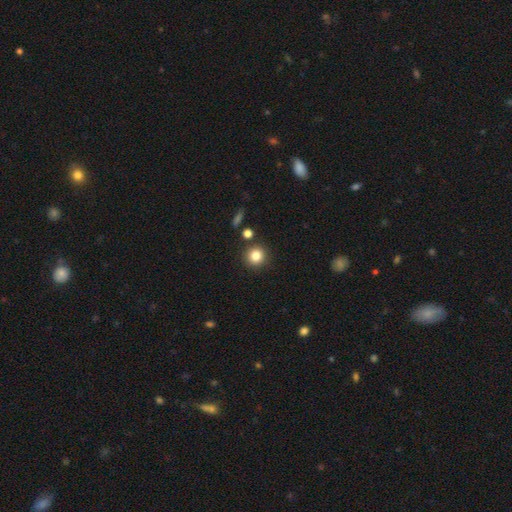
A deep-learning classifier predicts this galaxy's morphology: type=smooth (83%); roundness=round (92%); merging=none (86%).